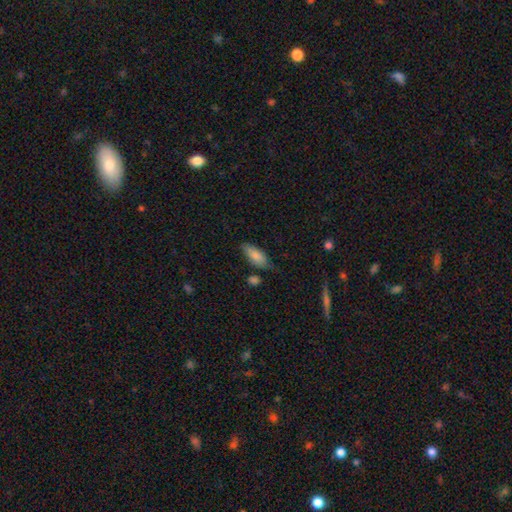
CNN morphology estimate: The model was most divided on "merging": none: 67%, minor disturbance: 24%, major disturbance: 5%, merger: 4%. More confident: smooth or featured — smooth (83%); how rounded — in between (77%).